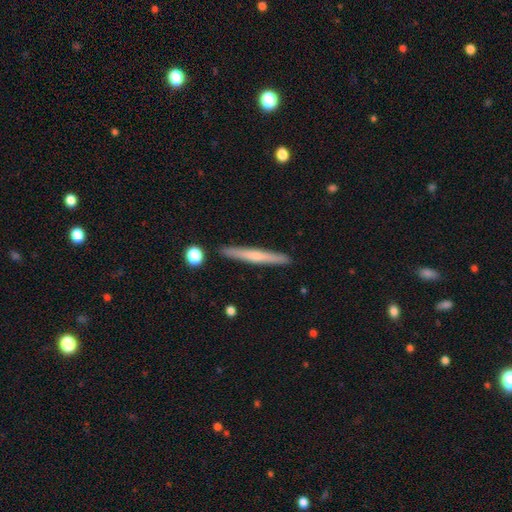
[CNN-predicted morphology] Smooth or featured? Predicted: featured or disk (p=0.59). Edge-on disk? Predicted: yes (p=0.96). Edge-on bulge? Predicted: rounded (p=0.61). Merging? Predicted: none (p=0.88).